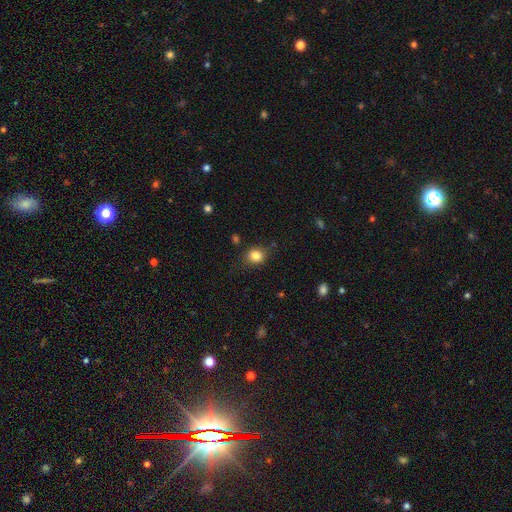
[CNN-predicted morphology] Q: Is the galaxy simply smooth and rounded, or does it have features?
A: smooth — 82%.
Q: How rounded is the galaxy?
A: round — 65%.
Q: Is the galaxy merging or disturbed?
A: none — 80%.